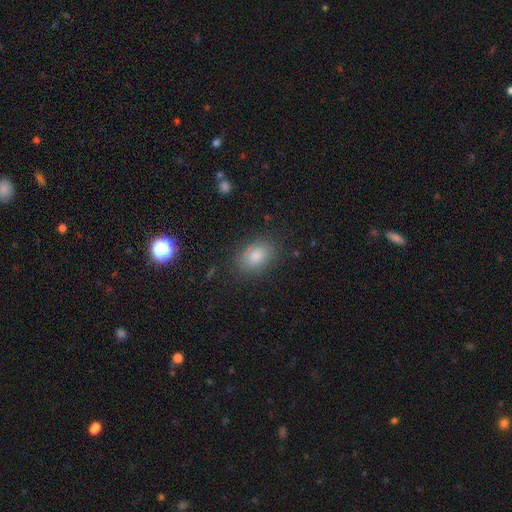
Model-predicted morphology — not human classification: A smooth galaxy with no disk features (80%) that is in between round and cigar-shaped (75%).

Vote fractions:
- Smooth or featured? smooth: 80% / star or artifact: 12% / featured or disk: 8%
- How rounded? in between: 75% / round: 23% / cigar-shaped: 1%
- Merging? none: 85% / minor disturbance: 11% / major disturbance: 3% / merger: 1%